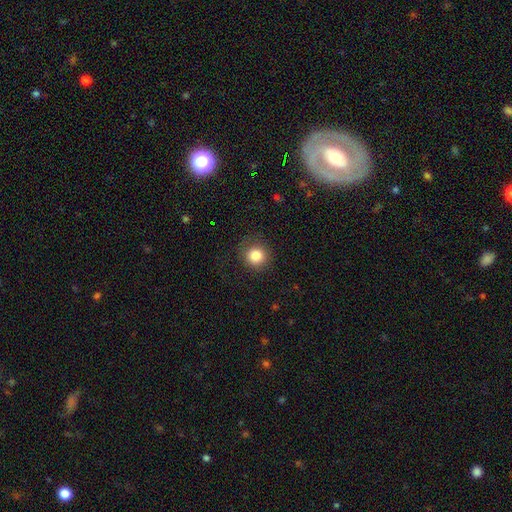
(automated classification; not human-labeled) smooth 84%, star or artifact 11%, featured or disk 6%. Down the decision tree: how rounded — round (92%); merging — none (86%).